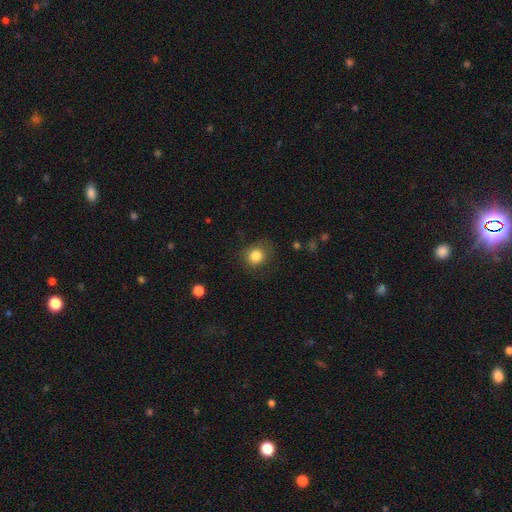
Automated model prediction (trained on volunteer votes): smooth-or-featured: smooth: 83% | star or artifact: 10% | featured or disk: 6%
  how-rounded: round: 80% | in between: 19% | cigar-shaped: 1%
  merging: none: 77% | minor disturbance: 16% | major disturbance: 6% | merger: 1%